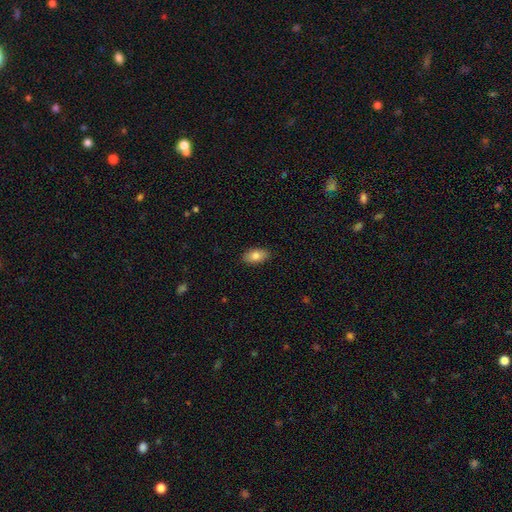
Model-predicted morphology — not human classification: Q: Smooth or featured?
A: smooth (81%); runner-up: featured or disk (12%)
Q: How rounded?
A: in between (92%); runner-up: round (5%)
Q: Merging?
A: none (88%); runner-up: minor disturbance (9%)